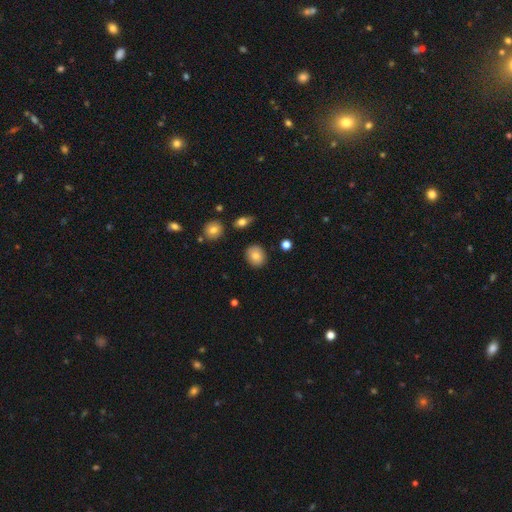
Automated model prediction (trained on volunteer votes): smooth_or_featured: smooth (p=0.83) [alt: star or artifact p=0.09]
how_rounded: round (p=0.68) [alt: in between p=0.31]
merging: none (p=0.87) [alt: minor disturbance p=0.09]